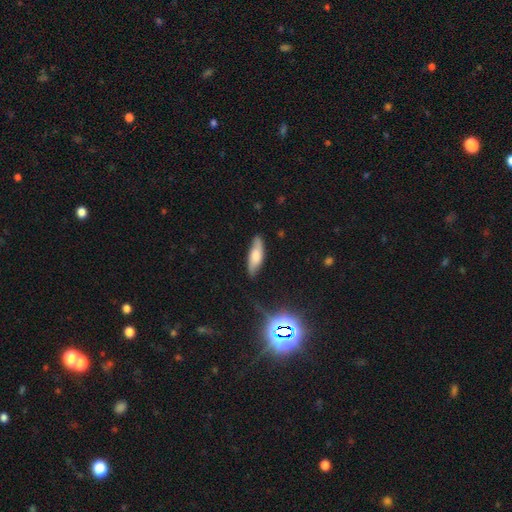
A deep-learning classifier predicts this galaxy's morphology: smooth 62%, featured or disk 29%, star or artifact 9%. Down the decision tree: how rounded — in between (53%); merging — none (79%).